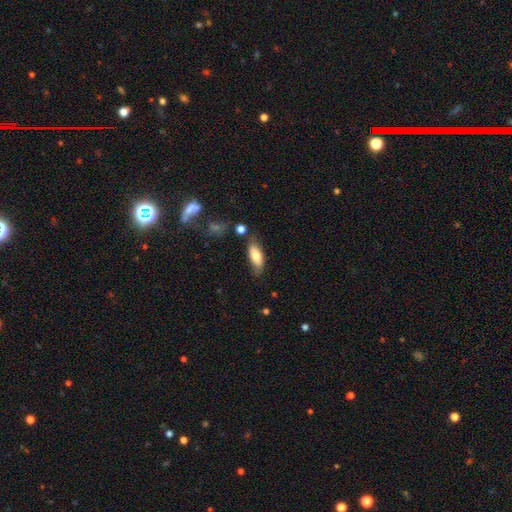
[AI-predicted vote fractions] The model was most divided on "merging": none: 68%, minor disturbance: 21%, major disturbance: 6%, merger: 5%. More confident: smooth or featured — smooth (77%); how rounded — in between (77%).